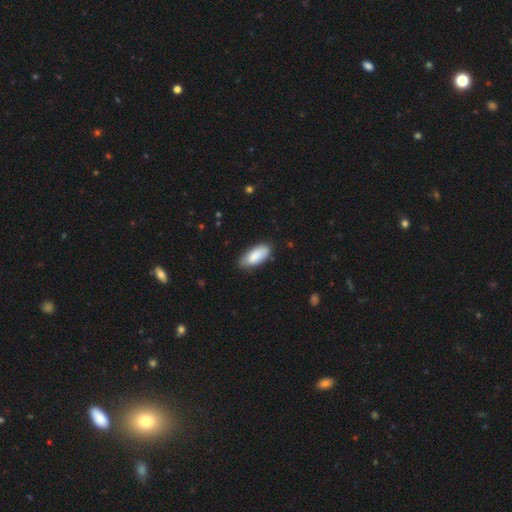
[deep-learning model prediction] Overall: smooth (85%). How rounded: in between (87%). Merging: none (76%).